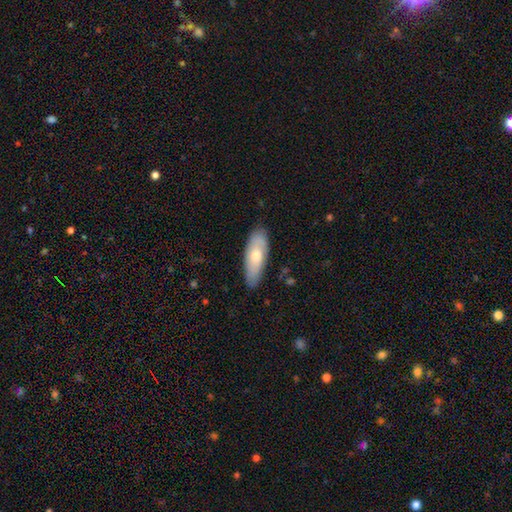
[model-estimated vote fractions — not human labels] The model was most divided on "smooth or featured": smooth: 59%, featured or disk: 35%, star or artifact: 6%. More confident: merging — none (80%); how rounded — in between (67%).